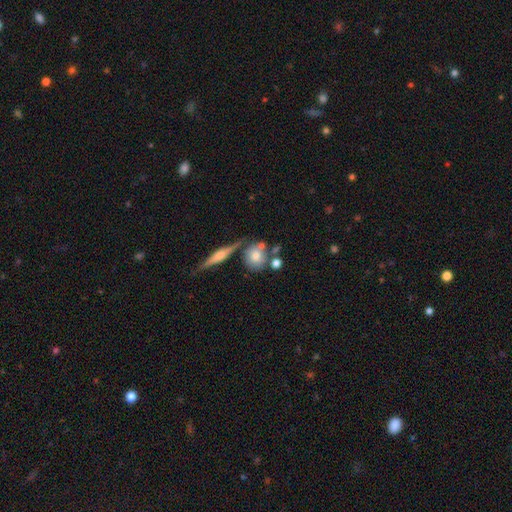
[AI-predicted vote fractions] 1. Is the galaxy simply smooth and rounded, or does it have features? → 68% smooth, 23% featured or disk, 9% star or artifact.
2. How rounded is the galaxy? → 81% round, 15% in between, 3% cigar-shaped.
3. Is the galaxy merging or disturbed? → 62% none, 20% merger, 14% minor disturbance, 5% major disturbance.